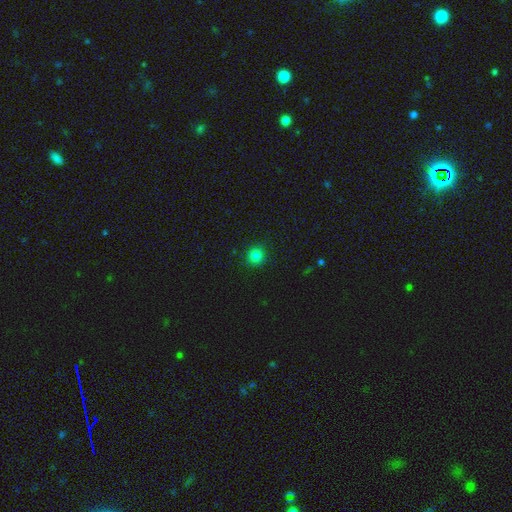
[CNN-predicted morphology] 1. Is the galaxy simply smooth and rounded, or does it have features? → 82% smooth, 14% star or artifact, 4% featured or disk.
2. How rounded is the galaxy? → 93% round, 6% in between, 1% cigar-shaped.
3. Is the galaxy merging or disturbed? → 91% none, 6% minor disturbance, 2% major disturbance, 1% merger.